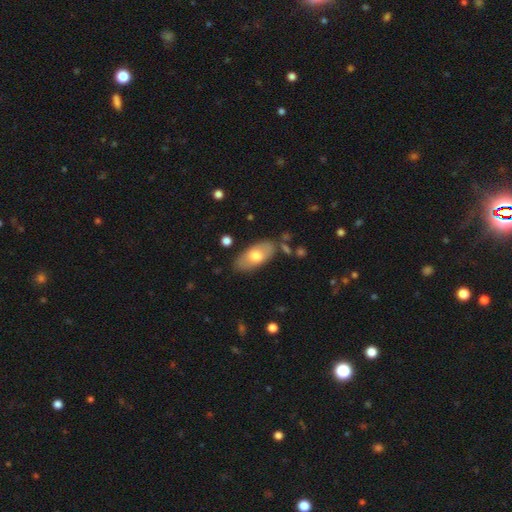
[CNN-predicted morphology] Smooth or featured: smooth — 67% (featured or disk — 28%)
How rounded: in between — 90% (cigar-shaped — 7%)
Merging: none — 80% (minor disturbance — 13%)